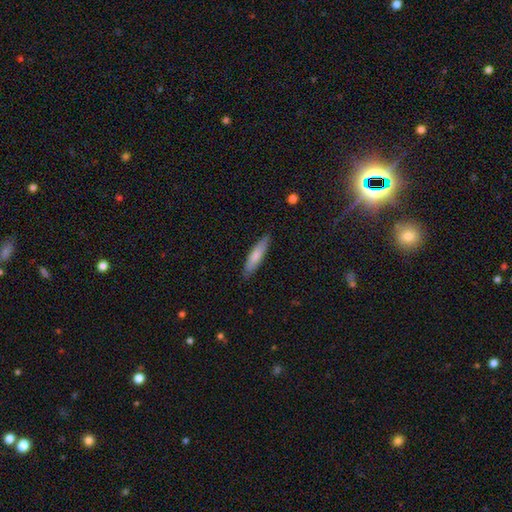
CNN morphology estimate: type=smooth (74%); roundness=cigar-shaped (76%); merging=none (85%).